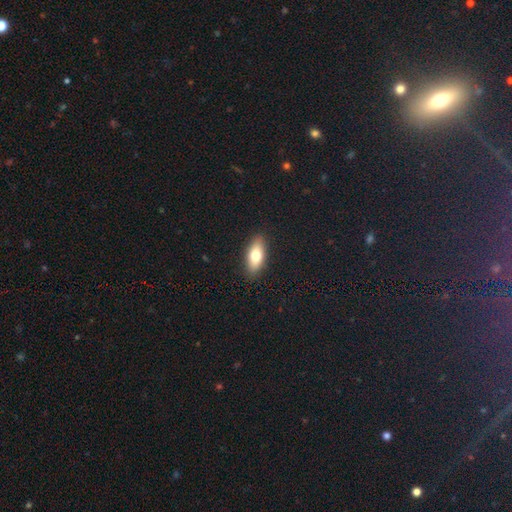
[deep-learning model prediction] A smooth galaxy with no disk features (73%) that is in between round and cigar-shaped (82%).

Vote fractions:
- Smooth or featured? smooth: 73% / featured or disk: 20% / star or artifact: 7%
- How rounded? in between: 82% / cigar-shaped: 14% / round: 3%
- Merging? none: 90% / minor disturbance: 8% / major disturbance: 2% / merger: 1%